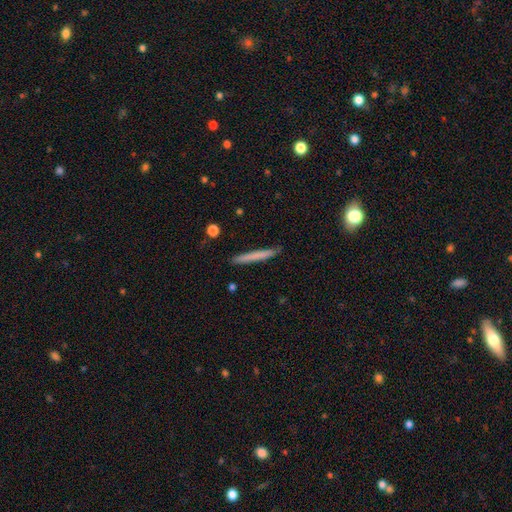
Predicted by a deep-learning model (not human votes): smooth_or_featured: smooth (p=0.69) [alt: featured or disk p=0.25]
how_rounded: cigar-shaped (p=0.97) [alt: in between p=0.02]
merging: none (p=0.89) [alt: minor disturbance p=0.08]